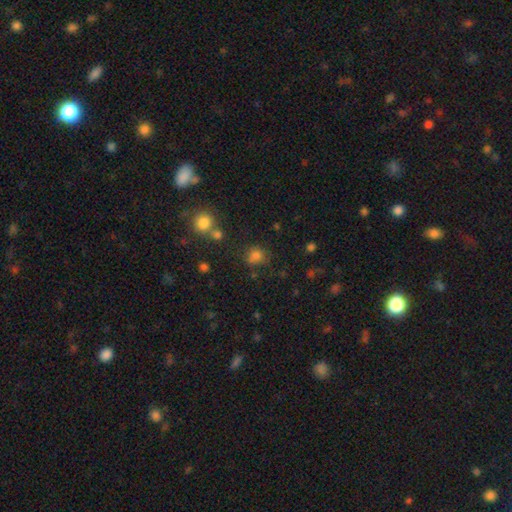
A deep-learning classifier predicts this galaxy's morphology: This is likely a smooth galaxy (76%). How rounded: likely round (74%). Merging: likely none (69%).